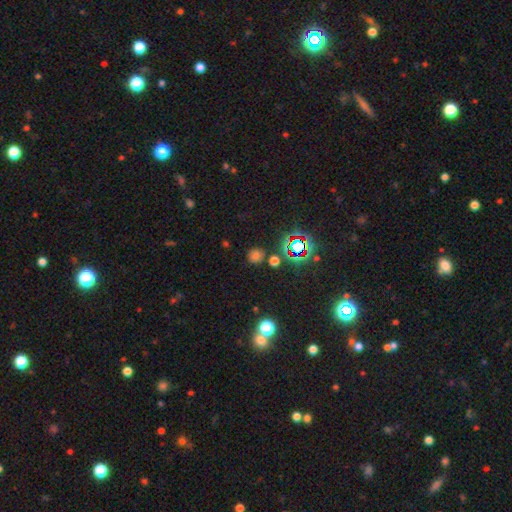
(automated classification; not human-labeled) Morphology: type=smooth (60%); roundness=round (88%); merging=none (82%).